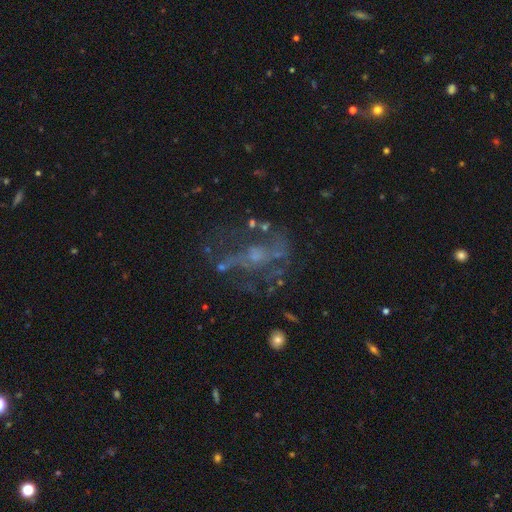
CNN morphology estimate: Smooth or featured: featured or disk — 68% (star or artifact — 19%)
Edge-on disk: no — 95% (yes — 5%)
Bar: no — 66% (weak — 25%)
Spiral arms: no — 53% (yes — 47%)
Bulge size: small — 48% (moderate — 25%)
Merging: none — 52% (major disturbance — 26%)